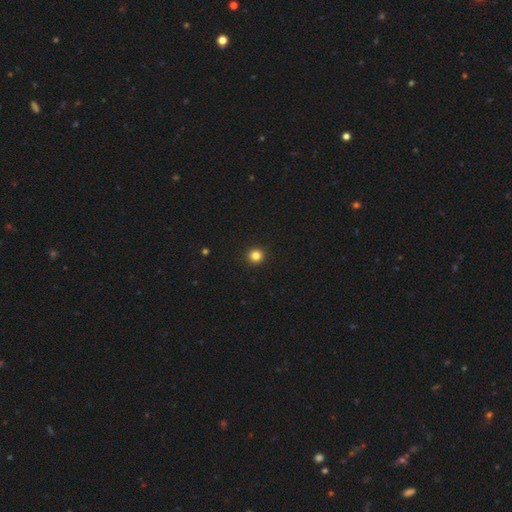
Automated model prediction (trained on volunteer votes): The model was most divided on "smooth or featured": smooth: 83%, star or artifact: 12%, featured or disk: 5%. More confident: how rounded — round (94%); merging — none (94%).